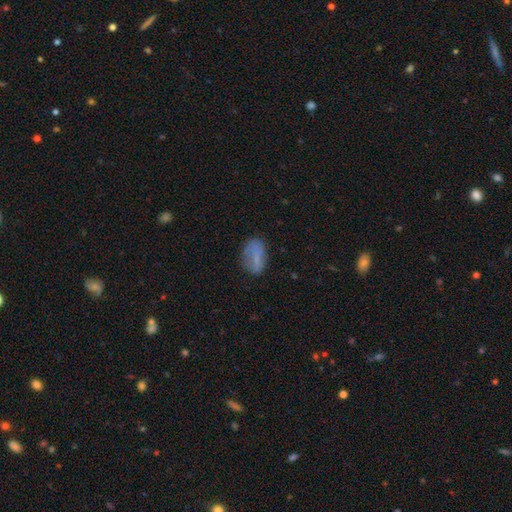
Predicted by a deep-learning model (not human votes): Overall: smooth (66%). How rounded: in between (87%). Merging: none (66%).